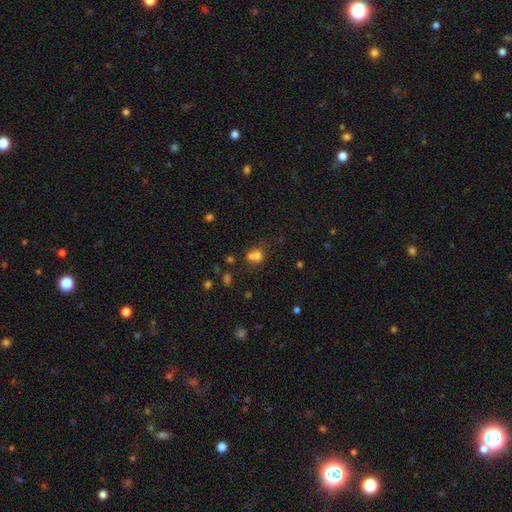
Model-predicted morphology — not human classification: Overall: smooth (69%). How rounded: round (70%). Merging: merger (50%; none 34%).